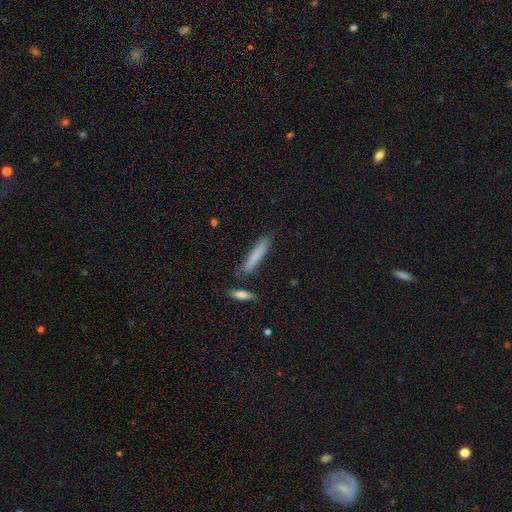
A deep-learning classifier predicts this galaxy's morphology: Smooth or featured?
  - smooth: 79% *
  - featured or disk: 14%
  - star or artifact: 7%
How rounded?
  - cigar-shaped: 91% *
  - in between: 8%
  - round: 1%
Merging?
  - none: 82% *
  - minor disturbance: 12%
  - merger: 4%
  - major disturbance: 3%